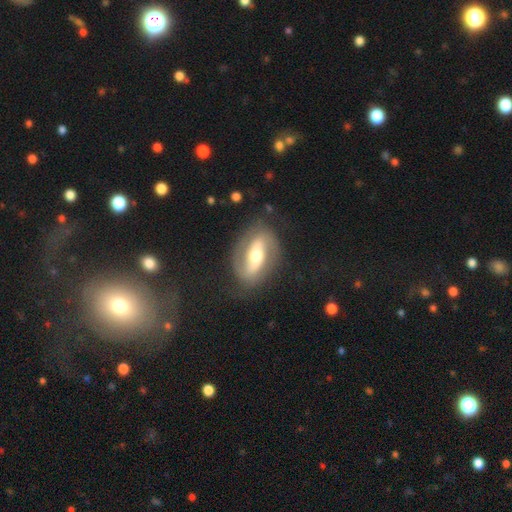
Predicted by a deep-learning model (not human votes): Smooth or featured: featured or disk — 79% (smooth — 16%)
Edge-on disk: no — 93% (yes — 7%)
Bar: strong — 58% (weak — 24%)
Spiral arms: yes — 83% (no — 17%)
Spiral winding: medium — 42% (tight — 29%)
Spiral arm count: 2 — 88% (can't tell — 6%)
Bulge size: moderate — 66% (small — 20%)
Merging: none — 78% (minor disturbance — 13%)